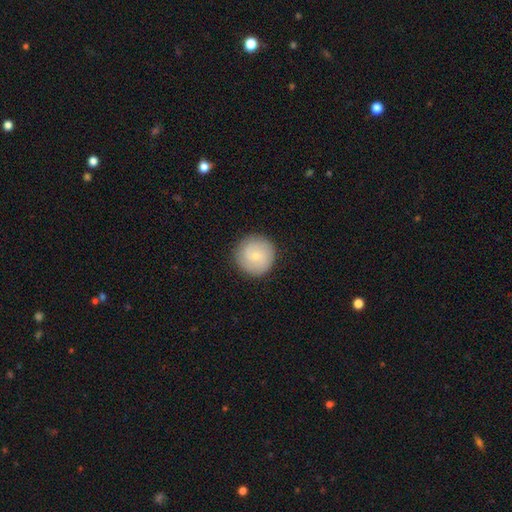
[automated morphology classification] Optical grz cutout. It shows a smooth galaxy with no disk features (64%) that is round (95%). Merging: none (89%).